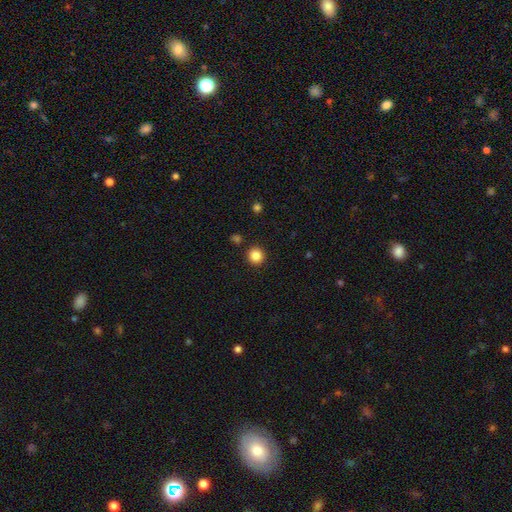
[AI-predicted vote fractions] A smooth galaxy with no disk features (85%) that is round (94%).

Vote fractions:
- Smooth or featured? smooth: 85% / star or artifact: 11% / featured or disk: 4%
- How rounded? round: 94% / in between: 5% / cigar-shaped: 1%
- Merging? none: 91% / minor disturbance: 5% / merger: 2% / major disturbance: 2%